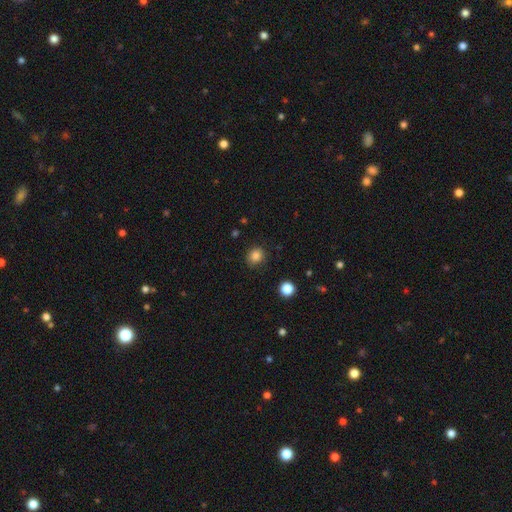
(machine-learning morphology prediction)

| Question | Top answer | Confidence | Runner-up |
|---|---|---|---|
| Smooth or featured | smooth | 84% | star or artifact (12%) |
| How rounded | round | 83% | in between (16%) |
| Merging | none | 86% | minor disturbance (10%) |